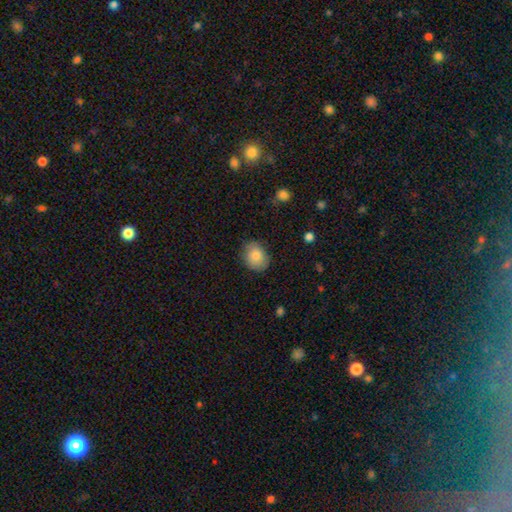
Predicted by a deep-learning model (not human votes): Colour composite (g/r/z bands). It shows a smooth galaxy with no disk features (82%) that is in between round and cigar-shaped (54%). Merging: none (80%).